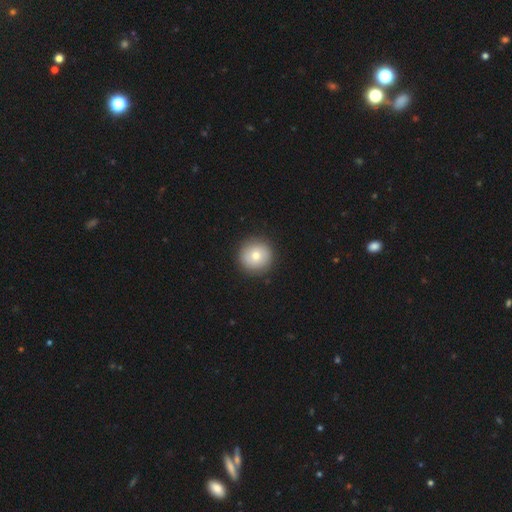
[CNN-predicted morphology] smooth 72%, featured or disk 20%, star or artifact 8%. Down the decision tree: how rounded — round (94%); merging — none (91%).